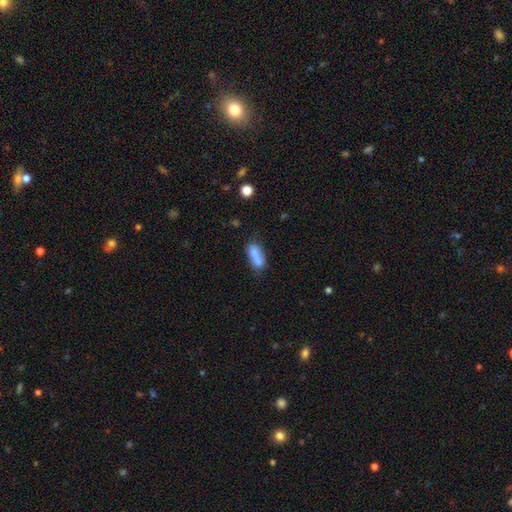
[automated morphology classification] smooth 74%, featured or disk 17%, star or artifact 9%. Down the decision tree: how rounded — in between (76%); merging — none (40%).